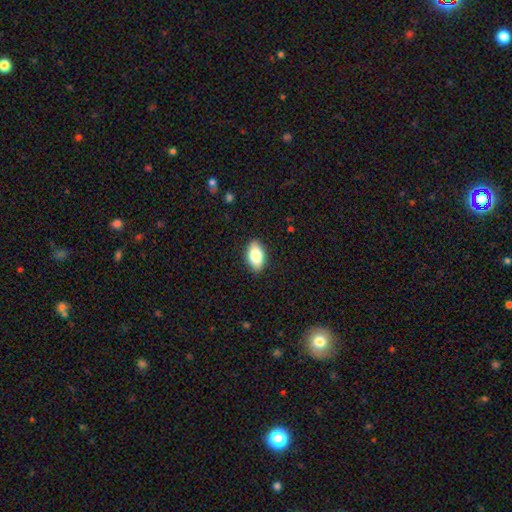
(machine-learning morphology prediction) smooth_or_featured: smooth (p=0.82) [alt: featured or disk p=0.11]
how_rounded: in between (p=0.92) [alt: round p=0.06]
merging: none (p=0.89) [alt: minor disturbance p=0.09]